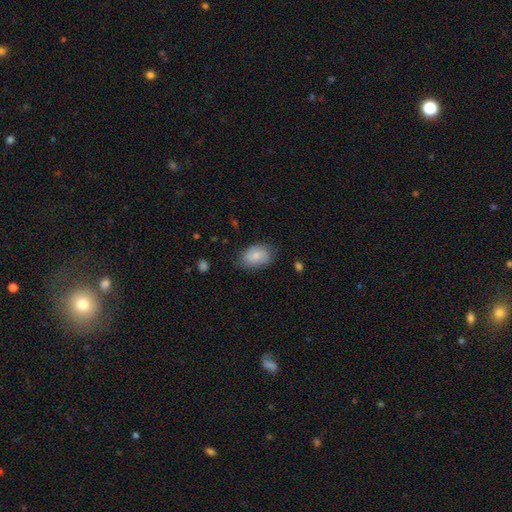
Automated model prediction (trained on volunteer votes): The model was most divided on "merging": none: 71%, minor disturbance: 22%, major disturbance: 5%, merger: 1%. More confident: how rounded — in between (84%); smooth or featured — smooth (72%).